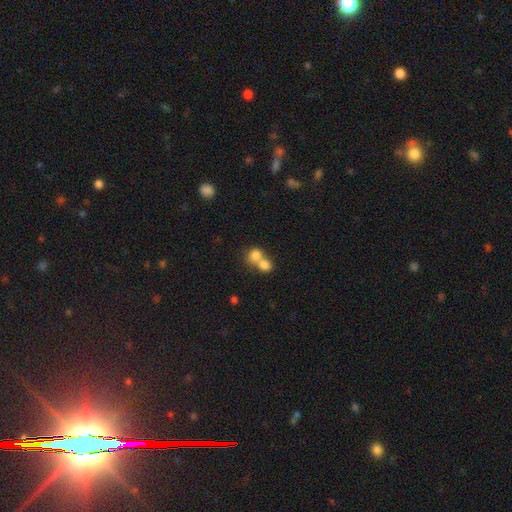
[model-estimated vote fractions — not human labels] The model was most divided on "merging": merger: 65%, none: 27%, minor disturbance: 5%, major disturbance: 3%. More confident: smooth or featured — smooth (78%); how rounded — round (72%).